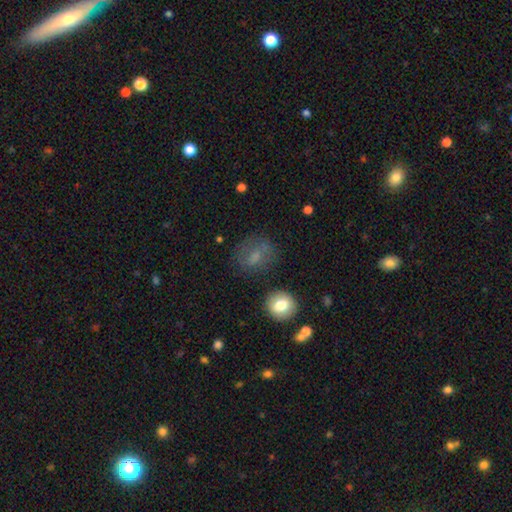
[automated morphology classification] Smooth or featured? smooth (60%)
How rounded? in between (55%)
Merging? none (66%)